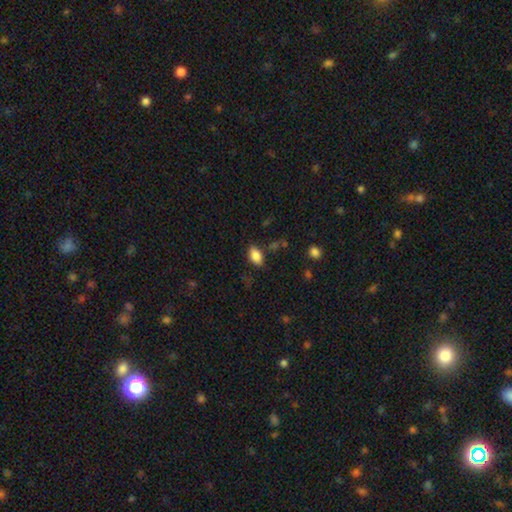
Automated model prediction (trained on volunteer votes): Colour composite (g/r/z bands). It shows a smooth galaxy with no disk features (84%) that is in between round and cigar-shaped (90%). Merging: none (80%).